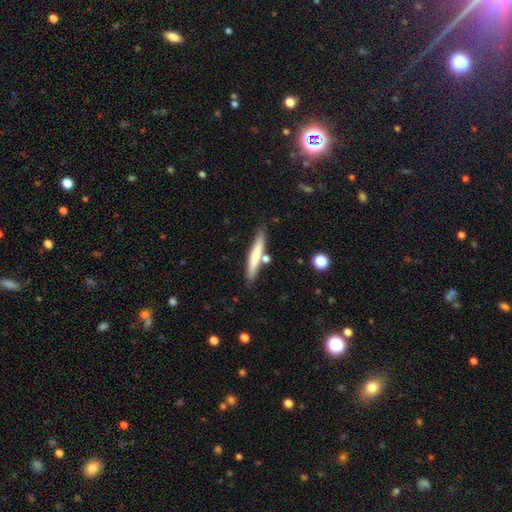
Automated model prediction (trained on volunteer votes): smooth 67%, featured or disk 27%, star or artifact 6%. Down the decision tree: how rounded — cigar-shaped (93%); merging — none (77%).